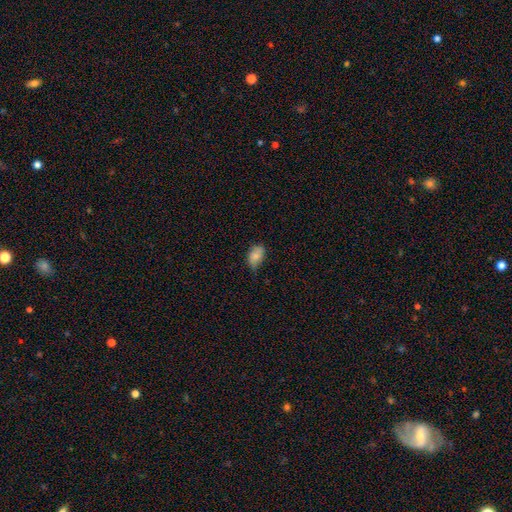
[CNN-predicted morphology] Smooth or featured?
  - smooth: 78% *
  - featured or disk: 14%
  - star or artifact: 8%
How rounded?
  - in between: 88% *
  - round: 10%
  - cigar-shaped: 2%
Merging?
  - none: 55% *
  - minor disturbance: 37%
  - major disturbance: 7%
  - merger: 1%